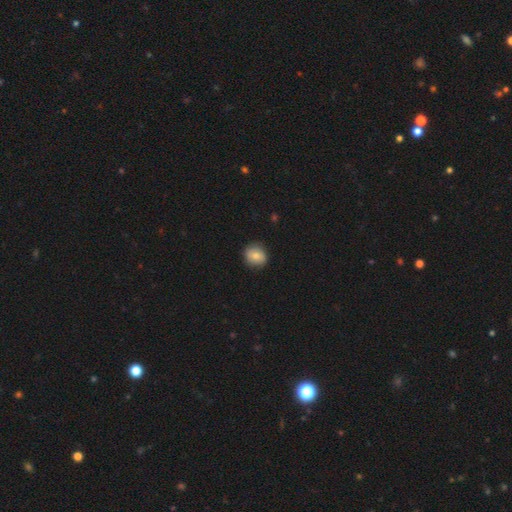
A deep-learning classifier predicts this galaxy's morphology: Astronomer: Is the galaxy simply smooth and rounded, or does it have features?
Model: smooth — 70%.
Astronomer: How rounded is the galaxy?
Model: round — 82%.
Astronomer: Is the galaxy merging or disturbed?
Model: none — 84%.